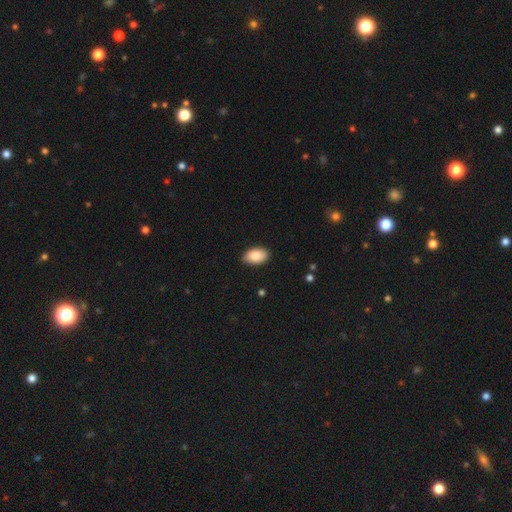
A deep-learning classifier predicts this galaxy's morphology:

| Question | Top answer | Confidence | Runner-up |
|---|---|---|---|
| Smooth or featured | smooth | 89% | star or artifact (6%) |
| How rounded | in between | 93% | round (6%) |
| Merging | none | 88% | minor disturbance (9%) |